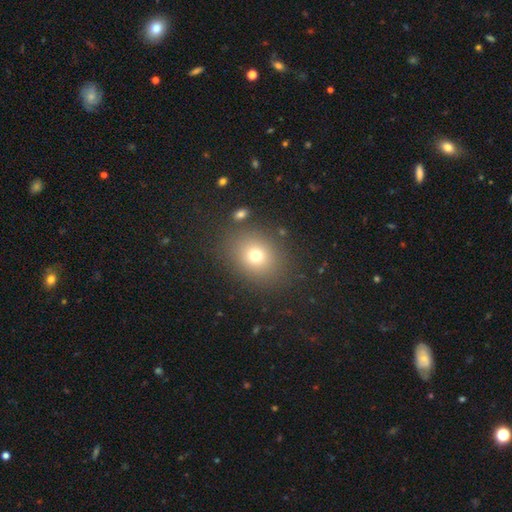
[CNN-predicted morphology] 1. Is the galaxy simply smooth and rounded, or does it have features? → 72% smooth, 16% star or artifact, 11% featured or disk.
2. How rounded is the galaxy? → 61% round, 39% in between, 1% cigar-shaped.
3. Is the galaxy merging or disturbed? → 83% none, 9% minor disturbance, 5% major disturbance, 3% merger.